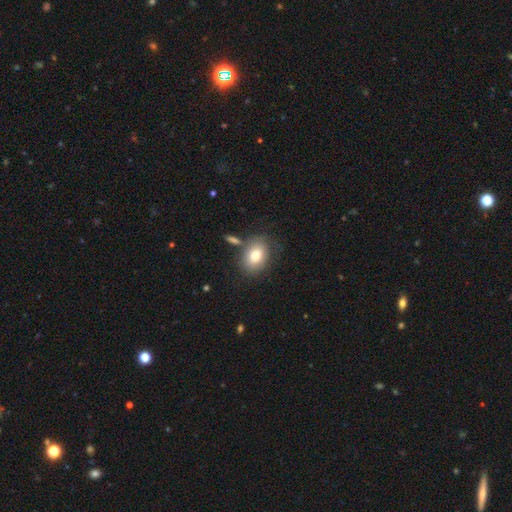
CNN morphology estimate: smooth_or_featured: smooth (p=0.76) [alt: featured or disk p=0.15]
how_rounded: in between (p=0.68) [alt: round p=0.31]
merging: none (p=0.70) [alt: minor disturbance p=0.15]